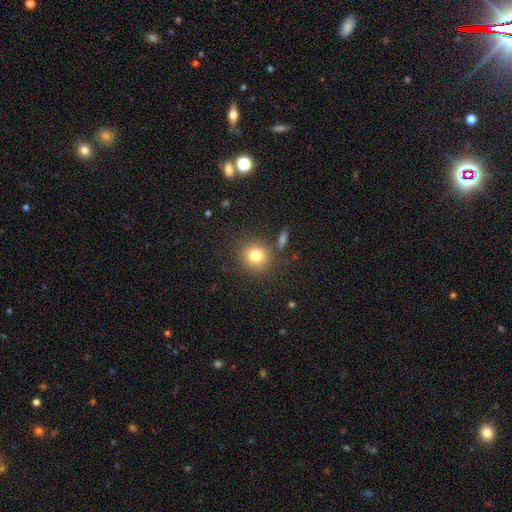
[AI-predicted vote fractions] Smooth or featured? Predicted: smooth (p=0.80). How rounded? Predicted: round (p=0.88). Merging? Predicted: none (p=0.82).